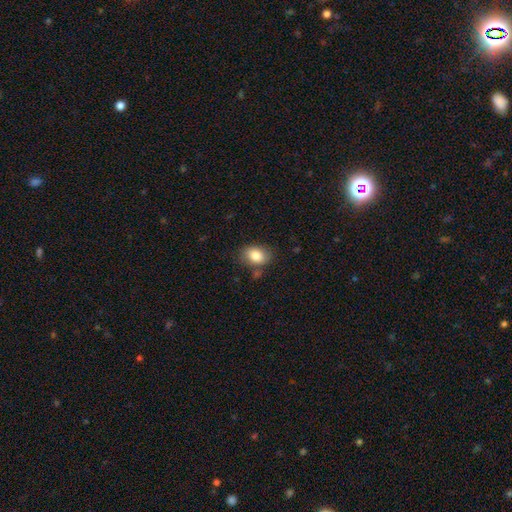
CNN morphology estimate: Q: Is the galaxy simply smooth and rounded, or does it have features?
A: smooth — 84%.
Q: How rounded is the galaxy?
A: in between — 70%.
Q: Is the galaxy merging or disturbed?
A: none — 72%.